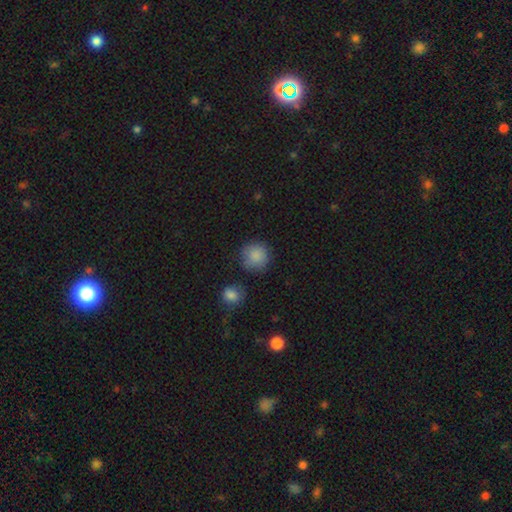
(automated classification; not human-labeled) A smooth galaxy with no disk features (87%) that is round (93%).

Vote fractions:
- Smooth or featured? smooth: 87% / star or artifact: 8% / featured or disk: 5%
- How rounded? round: 93% / in between: 6% / cigar-shaped: 1%
- Merging? none: 78% / minor disturbance: 13% / merger: 5% / major disturbance: 4%